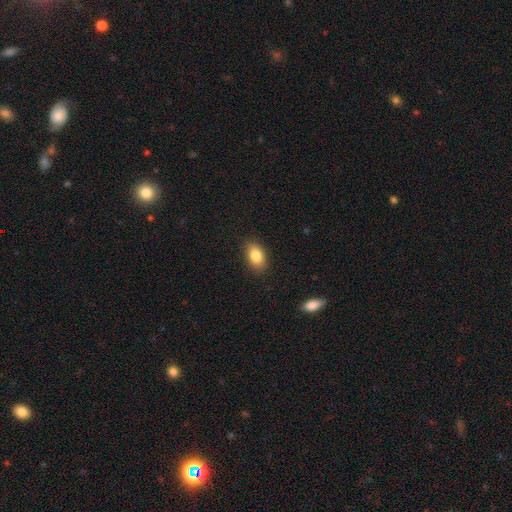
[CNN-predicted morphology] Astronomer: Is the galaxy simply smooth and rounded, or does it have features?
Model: smooth — 83%.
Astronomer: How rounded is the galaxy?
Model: in between — 87%.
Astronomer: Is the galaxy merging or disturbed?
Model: none — 88%.